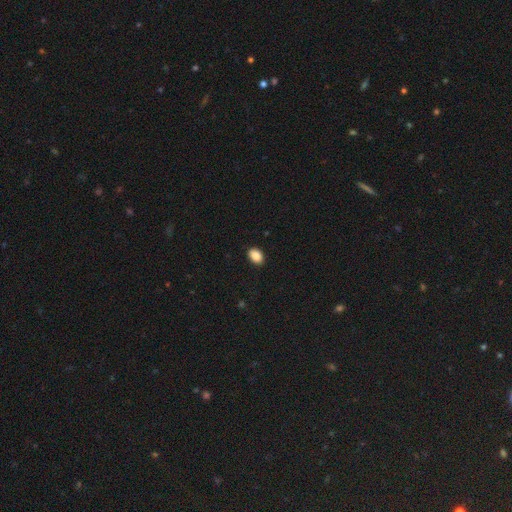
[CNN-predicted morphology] smooth 89%, star or artifact 8%, featured or disk 3%. Down the decision tree: how rounded — in between (84%); merging — none (89%).